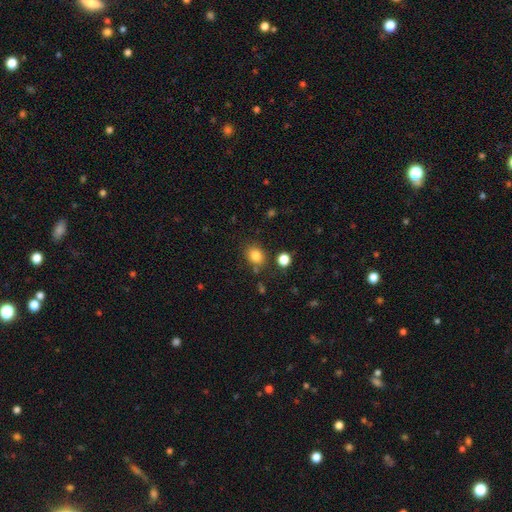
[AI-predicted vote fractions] smooth-or-featured: smooth: 83% | star or artifact: 11% | featured or disk: 6%
  how-rounded: round: 57% | in between: 42% | cigar-shaped: 1%
  merging: none: 78% | minor disturbance: 12% | merger: 6% | major disturbance: 4%